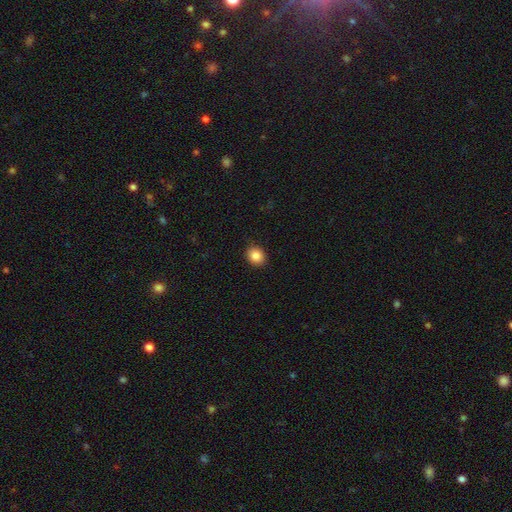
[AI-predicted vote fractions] smooth_or_featured: smooth (p=0.86) [alt: star or artifact p=0.09]
how_rounded: round (p=0.64) [alt: in between p=0.36]
merging: none (p=0.88) [alt: minor disturbance p=0.09]